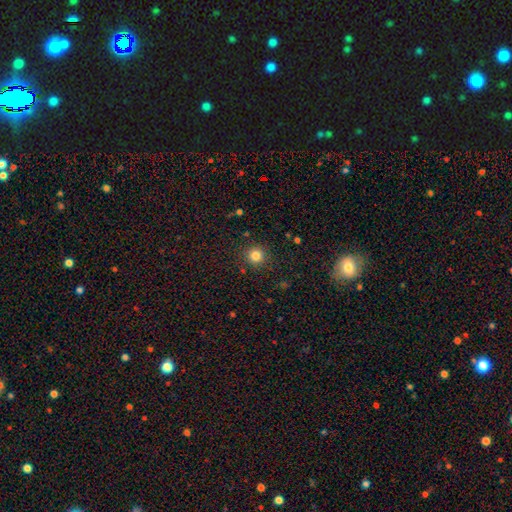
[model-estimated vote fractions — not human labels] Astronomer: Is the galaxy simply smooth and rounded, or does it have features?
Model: smooth — 82%.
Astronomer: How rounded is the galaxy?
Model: round — 94%.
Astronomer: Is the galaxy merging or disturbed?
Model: none — 89%.